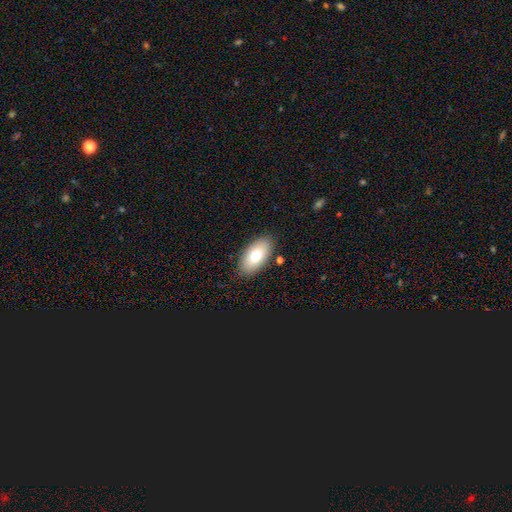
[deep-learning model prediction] smooth_or_featured: smooth (p=0.77) [alt: featured or disk p=0.16]
how_rounded: in between (p=0.93) [alt: cigar-shaped p=0.04]
merging: none (p=0.85) [alt: minor disturbance p=0.10]